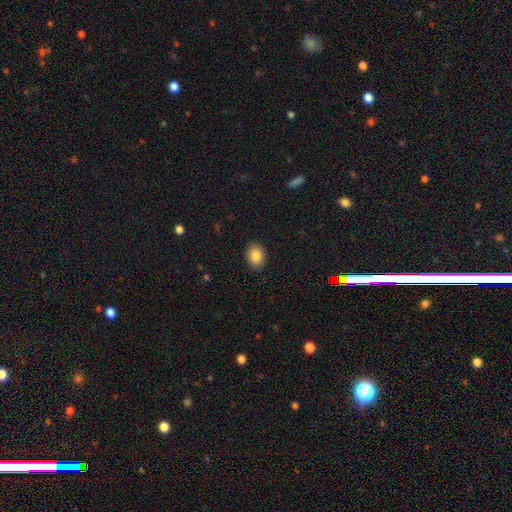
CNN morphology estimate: Smooth or featured: smooth — 86% (star or artifact — 8%)
How rounded: in between — 66% (round — 33%)
Merging: none — 89% (minor disturbance — 8%)